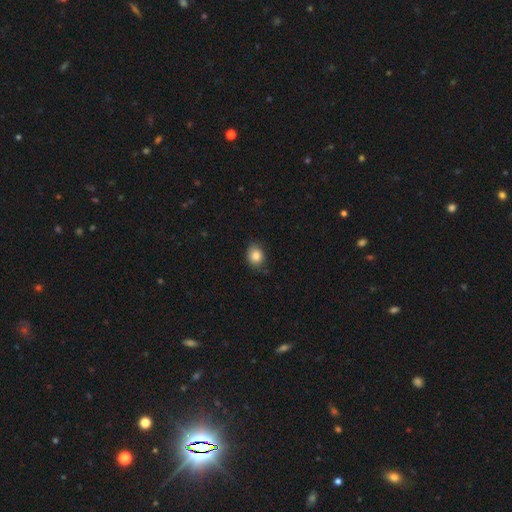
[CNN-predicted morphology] smooth 85%, star or artifact 10%, featured or disk 6%. Down the decision tree: how rounded — round (56%); merging — none (77%).